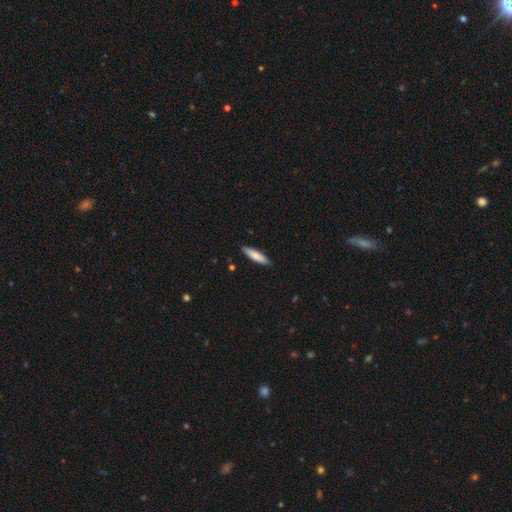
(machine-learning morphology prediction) smooth_or_featured: smooth (p=0.81) [alt: featured or disk p=0.13]
how_rounded: cigar-shaped (p=0.78) [alt: in between p=0.20]
merging: none (p=0.89) [alt: minor disturbance p=0.08]